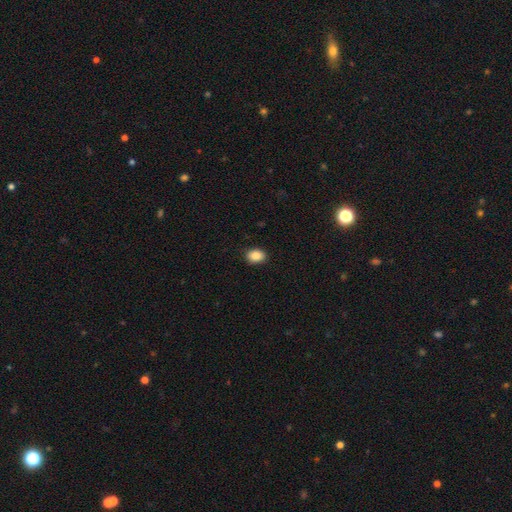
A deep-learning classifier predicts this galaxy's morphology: Overall: smooth (87%). How rounded: in between (65%; round 34%). Merging: none (89%).